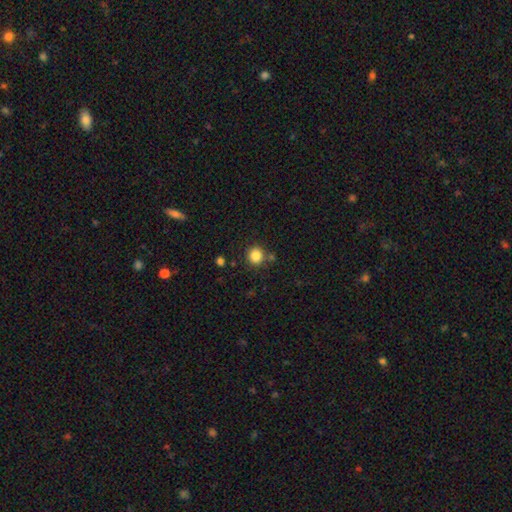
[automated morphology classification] Smooth or featured: smooth — 85% (star or artifact — 11%)
How rounded: round — 90% (in between — 9%)
Merging: none — 80% (minor disturbance — 9%)